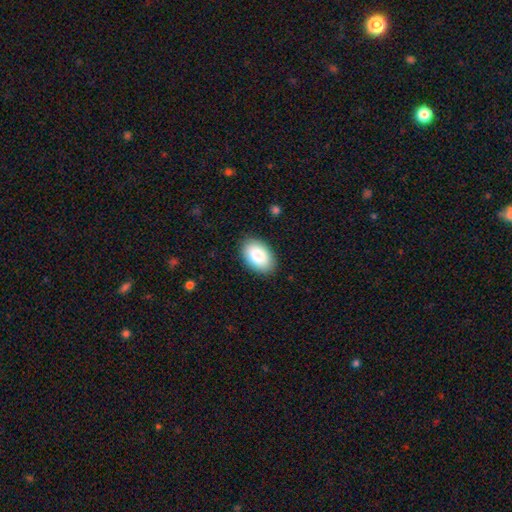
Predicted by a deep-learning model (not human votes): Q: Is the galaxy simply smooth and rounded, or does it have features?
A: smooth — 86%.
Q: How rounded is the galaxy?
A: in between — 92%.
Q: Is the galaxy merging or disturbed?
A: none — 88%.